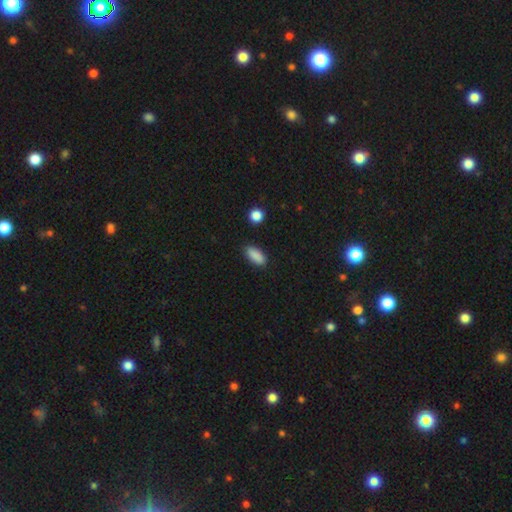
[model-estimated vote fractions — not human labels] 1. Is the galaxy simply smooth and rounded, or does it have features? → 89% smooth, 7% star or artifact, 4% featured or disk.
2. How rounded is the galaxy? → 80% in between, 17% cigar-shaped, 3% round.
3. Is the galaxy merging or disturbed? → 86% none, 10% minor disturbance, 2% major disturbance, 2% merger.